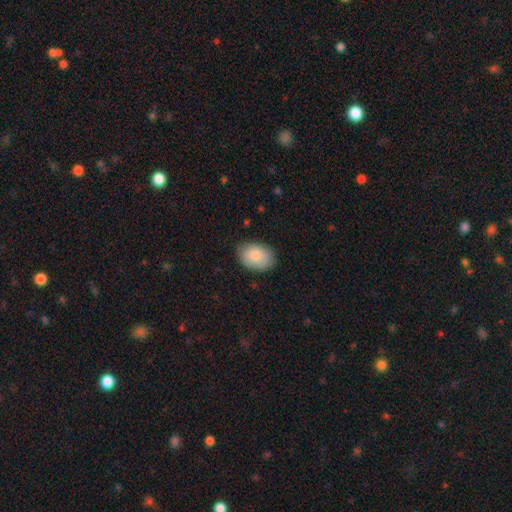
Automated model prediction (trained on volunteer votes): This is clearly a smooth galaxy (83%). How rounded: clearly in between (81%). Merging: clearly none (81%).